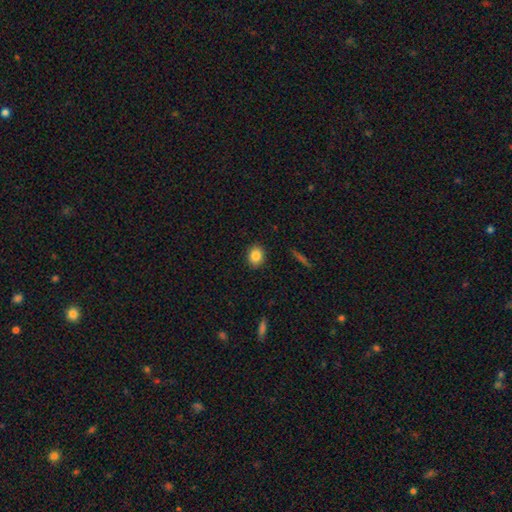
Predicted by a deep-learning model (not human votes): Overall: smooth (85%). How rounded: round (55%; in between 44%). Merging: none (89%).